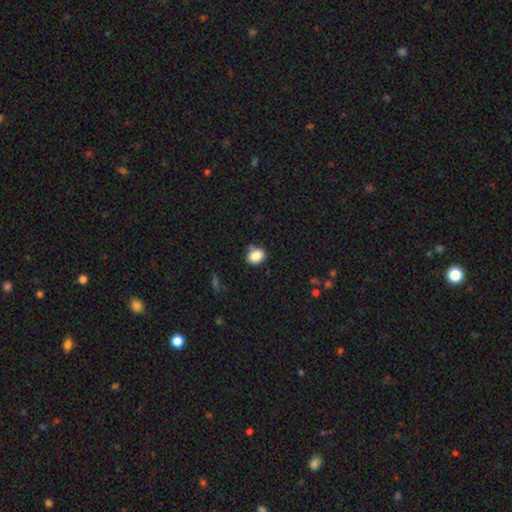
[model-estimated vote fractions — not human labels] This appears to be a smooth galaxy with no disk features (86%) that is round (59%). Merging: none (71%).